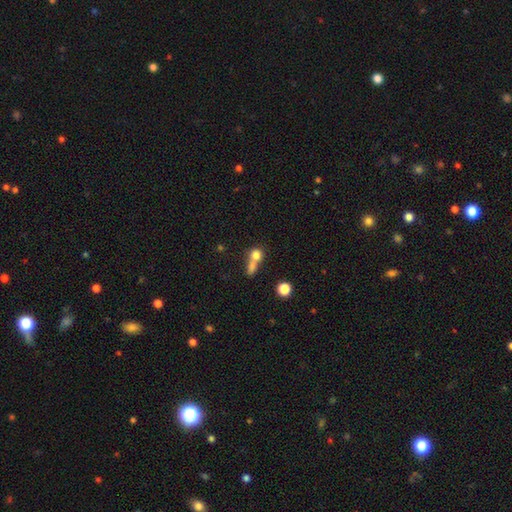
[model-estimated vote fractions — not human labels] Smooth or featured? Predicted: smooth (p=0.69). How rounded? Predicted: round (p=0.67). Merging? Predicted: merger (p=0.55).